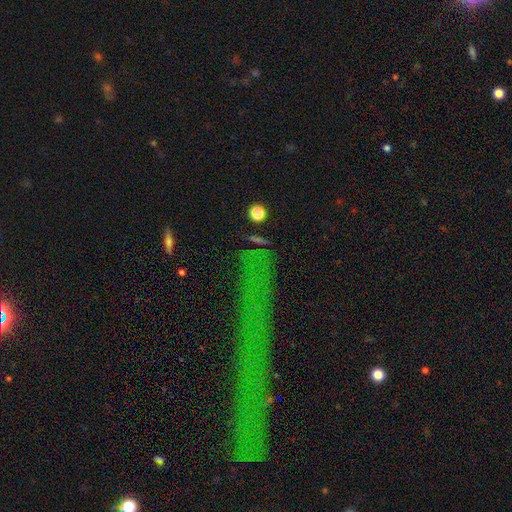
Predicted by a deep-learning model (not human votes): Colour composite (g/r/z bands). It shows a star or artifact, not a galaxy (60%).